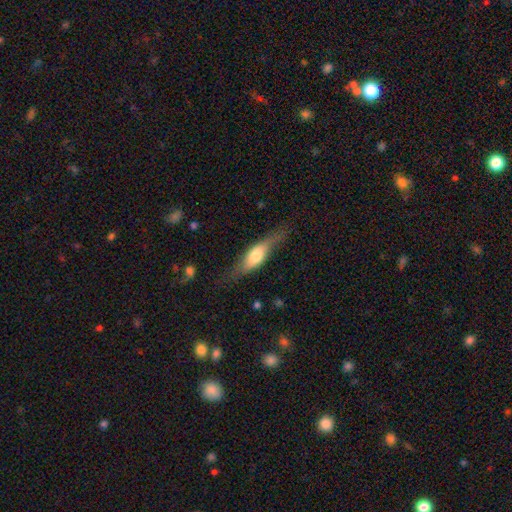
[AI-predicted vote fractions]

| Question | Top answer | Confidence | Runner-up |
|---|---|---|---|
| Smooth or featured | featured or disk | 48% | smooth (46%) |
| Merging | none | 68% | minor disturbance (21%) |